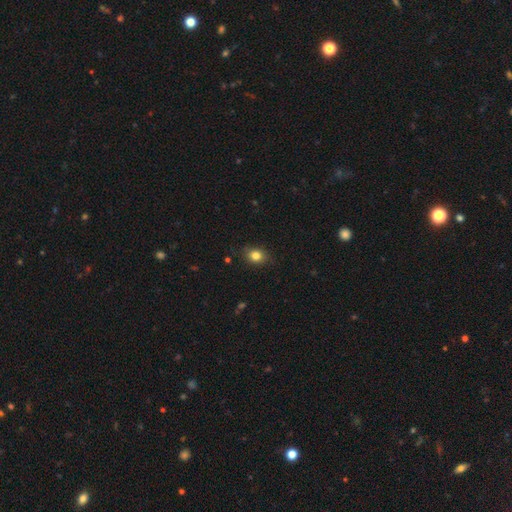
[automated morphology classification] smooth 83%, star or artifact 11%, featured or disk 7%. Down the decision tree: how rounded — round (50%); merging — none (82%).